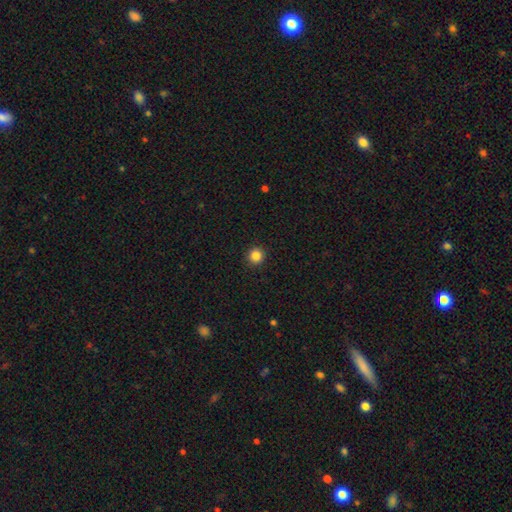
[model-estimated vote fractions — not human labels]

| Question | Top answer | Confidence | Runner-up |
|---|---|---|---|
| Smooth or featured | smooth | 85% | star or artifact (11%) |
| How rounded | round | 95% | in between (4%) |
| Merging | none | 93% | minor disturbance (5%) |